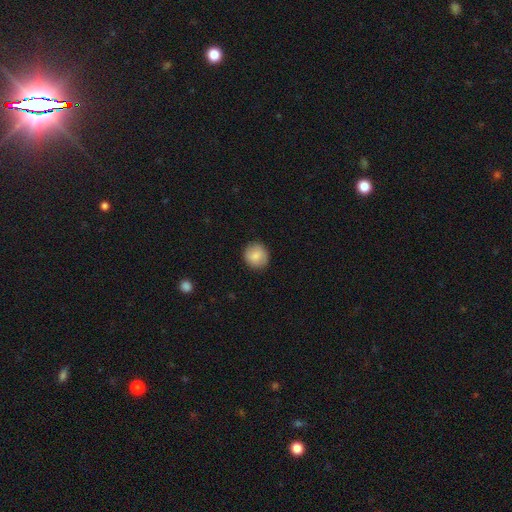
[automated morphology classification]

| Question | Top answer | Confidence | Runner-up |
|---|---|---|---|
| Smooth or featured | smooth | 84% | featured or disk (9%) |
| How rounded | round | 91% | in between (9%) |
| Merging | none | 88% | minor disturbance (8%) |